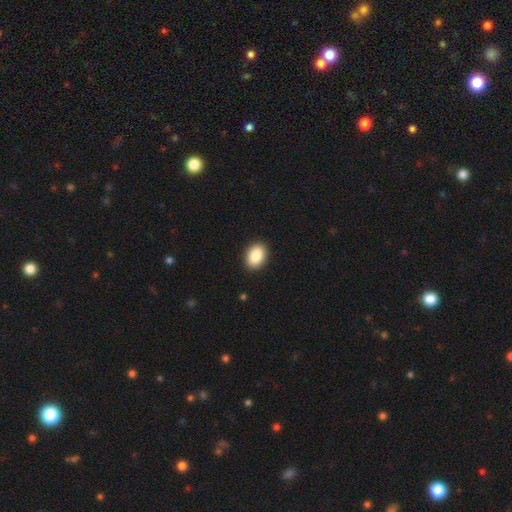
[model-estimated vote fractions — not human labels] smooth-or-featured: smooth: 87% | star or artifact: 7% | featured or disk: 5%
  how-rounded: in between: 75% | round: 24% | cigar-shaped: 1%
  merging: none: 91% | minor disturbance: 6% | major disturbance: 2% | merger: 1%